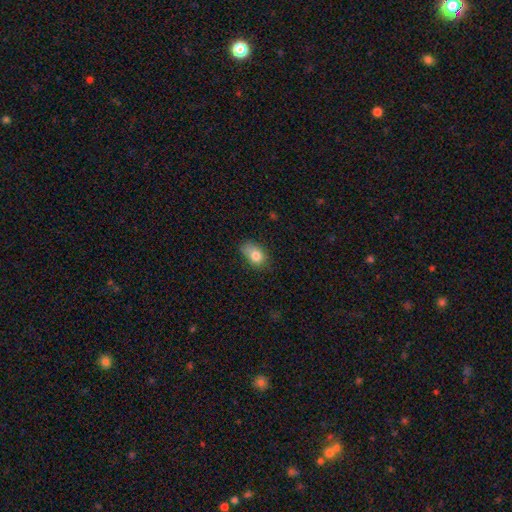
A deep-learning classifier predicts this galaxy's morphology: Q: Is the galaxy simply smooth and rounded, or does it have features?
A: smooth — 80%.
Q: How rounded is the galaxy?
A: in between — 78%.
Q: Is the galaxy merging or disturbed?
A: none — 57%.